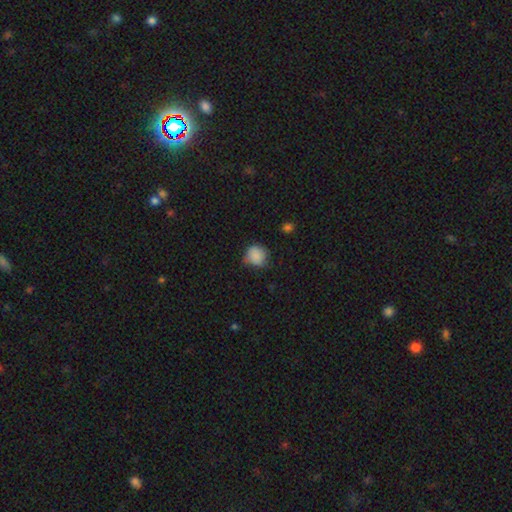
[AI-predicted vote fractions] Smooth or featured: smooth — 84% (star or artifact — 9%)
How rounded: round — 80% (in between — 19%)
Merging: none — 59% (minor disturbance — 33%)